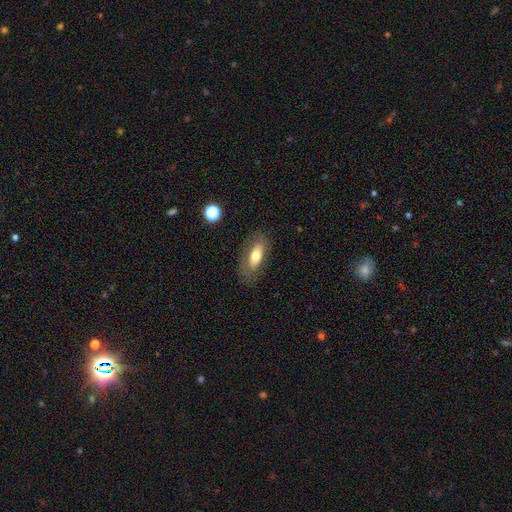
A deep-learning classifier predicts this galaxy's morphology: Smooth or featured? smooth (67%)
How rounded? in between (78%)
Merging? none (78%)